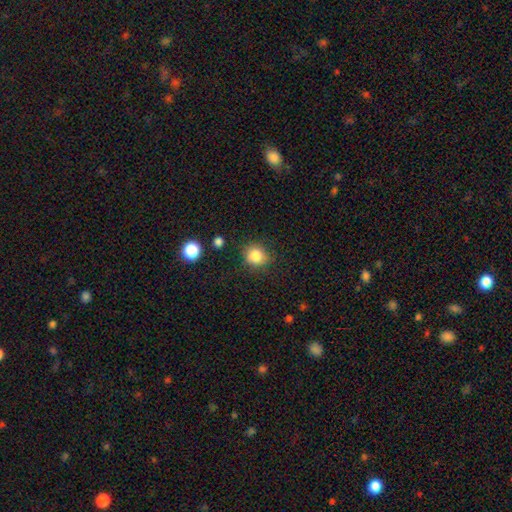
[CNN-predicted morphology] This is clearly a smooth galaxy (84%). How rounded: likely round (76%). Merging: clearly none (81%).